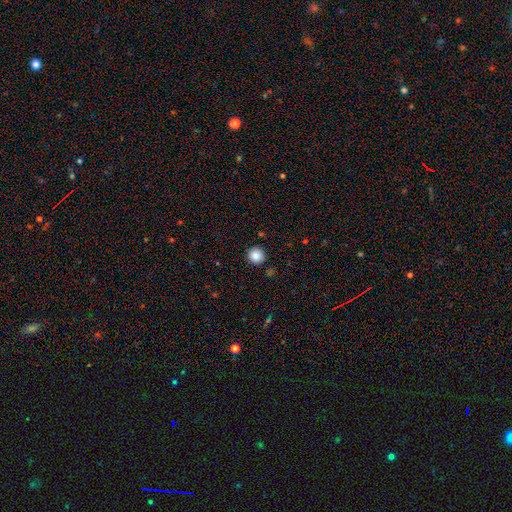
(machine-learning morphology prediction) This appears to be a smooth galaxy with no disk features (86%) that is round (94%). Merging: none (90%).